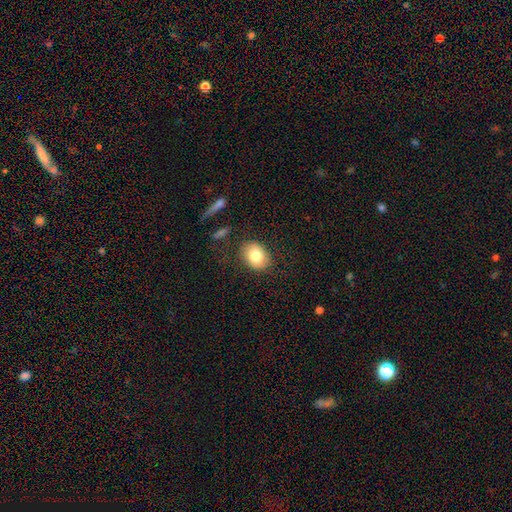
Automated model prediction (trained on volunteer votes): This appears to be a smooth galaxy with no disk features (80%) that is in between round and cigar-shaped (64%). Merging: none (81%).